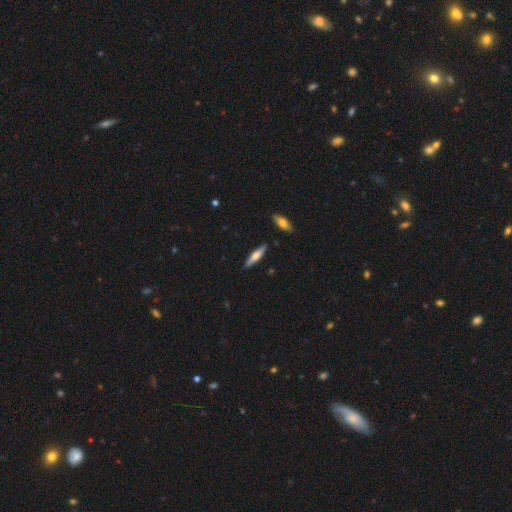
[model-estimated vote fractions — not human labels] Smooth or featured?
  - featured or disk: 50% *
  - smooth: 44%
  - star or artifact: 6%
Edge-on disk?
  - yes: 94% *
  - no: 6%
Merging?
  - none: 88% *
  - minor disturbance: 8%
  - merger: 2%
  - major disturbance: 2%